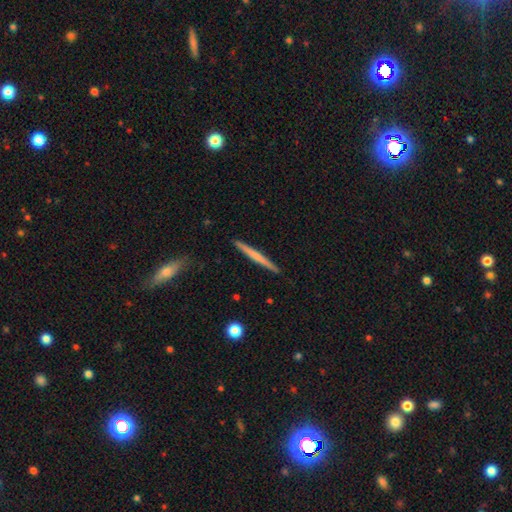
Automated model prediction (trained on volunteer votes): Smooth or featured?
  - smooth: 50% *
  - featured or disk: 45%
  - star or artifact: 5%
How rounded?
  - cigar-shaped: 97% *
  - in between: 2%
  - round: 1%
Merging?
  - none: 91% *
  - minor disturbance: 6%
  - major disturbance: 1%
  - merger: 1%